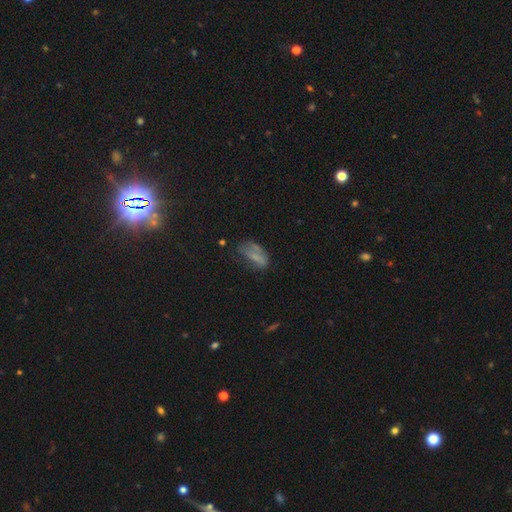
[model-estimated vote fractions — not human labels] Smooth or featured? smooth (63%)
How rounded? in between (81%)
Merging? none (38%)